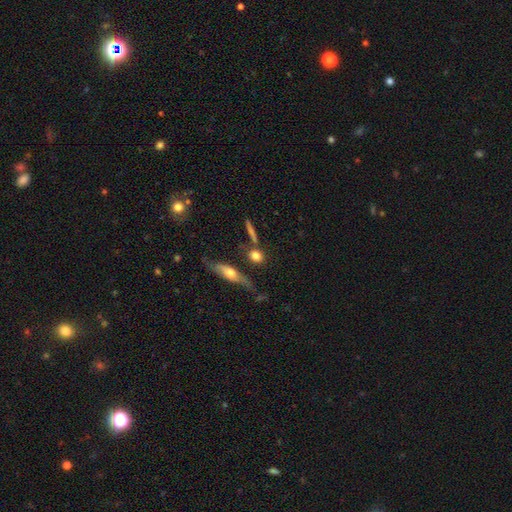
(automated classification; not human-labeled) Smooth or featured: smooth — 72% (featured or disk — 18%)
How rounded: round — 61% (in between — 26%)
Merging: none — 66% (merger — 15%)